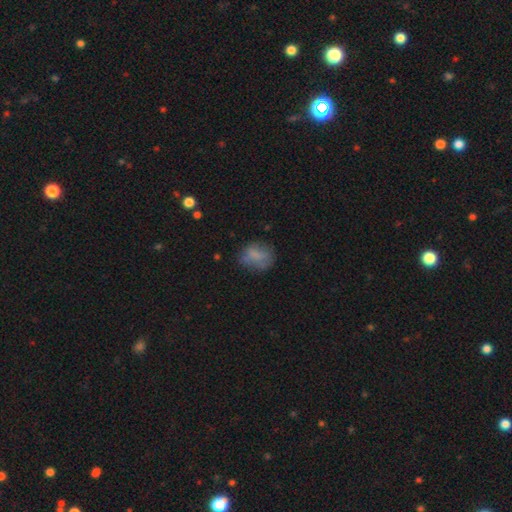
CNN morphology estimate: Smooth or featured? Predicted: smooth (p=0.69). How rounded? Predicted: in between (p=0.50). Merging? Predicted: none (p=0.60).